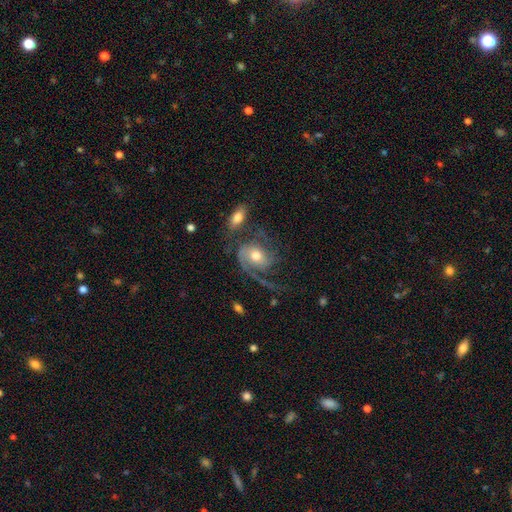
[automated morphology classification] smooth-or-featured: featured or disk: 81% | smooth: 13% | star or artifact: 6%
  disk-edge-on: no: 97% | yes: 3%
    bar: no: 69% | weak: 25% | strong: 5%
    has-spiral-arms: yes: 93% | no: 7%
      spiral-winding: medium: 44% | loose: 32% | tight: 24%
      spiral-arm-count: 2: 43% | 1: 35% | can't tell: 9% | 3: 8% | 4: 3% | more than 4: 3%
    bulge-size: moderate: 69% | large: 16% | small: 12% | none: 2% | dominant: 2%
  merging: none: 39% | major disturbance: 31% | minor disturbance: 17% | merger: 13%